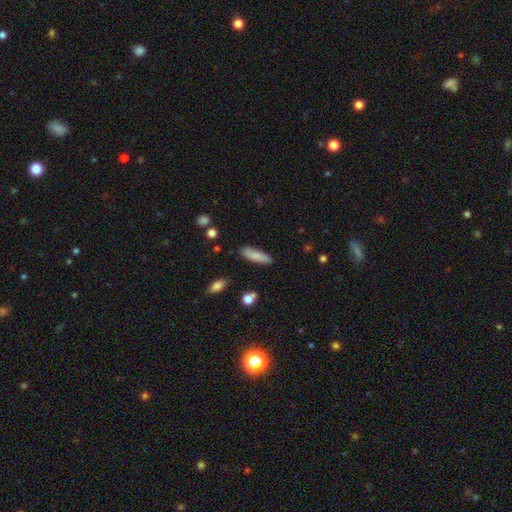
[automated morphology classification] Smooth or featured: smooth — 84% (featured or disk — 10%)
How rounded: cigar-shaped — 56% (in between — 42%)
Merging: none — 85% (minor disturbance — 11%)